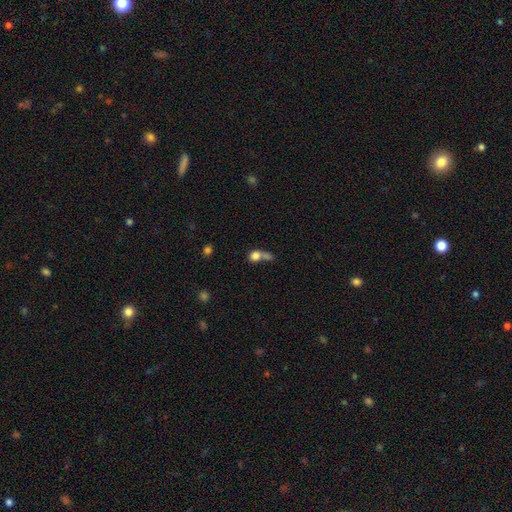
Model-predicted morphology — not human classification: Smooth or featured? smooth (78%)
How rounded? round (67%)
Merging? merger (57%)